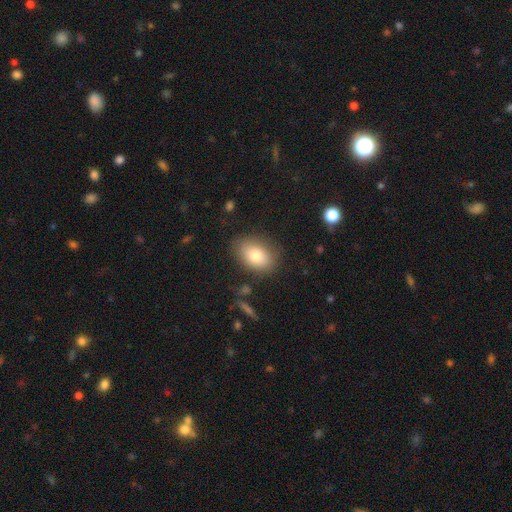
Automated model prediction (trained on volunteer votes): A smooth galaxy with no disk features (80%) that is in between round and cigar-shaped (81%). Merging: none (80%).